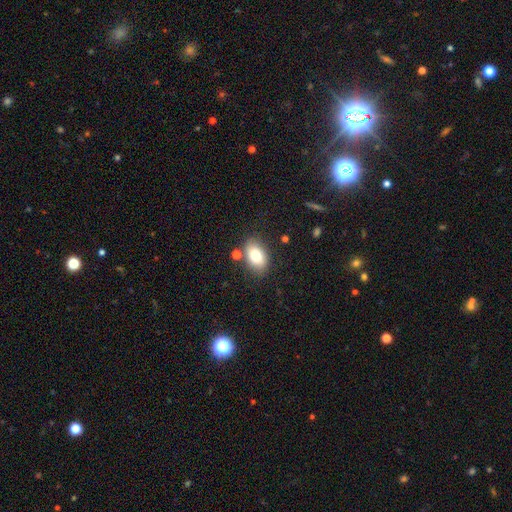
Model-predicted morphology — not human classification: smooth-or-featured: smooth: 80% | featured or disk: 12% | star or artifact: 8%
  how-rounded: in between: 88% | round: 11% | cigar-shaped: 1%
  merging: none: 77% | minor disturbance: 13% | merger: 7% | major disturbance: 3%